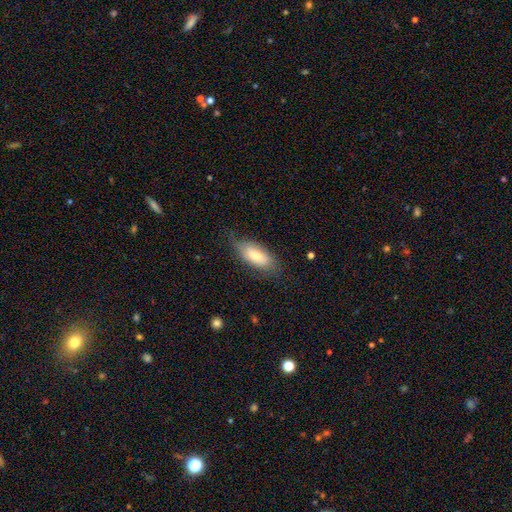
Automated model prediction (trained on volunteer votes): Smooth or featured?
  - smooth: 66% *
  - featured or disk: 27%
  - star or artifact: 7%
How rounded?
  - in between: 84% *
  - cigar-shaped: 13%
  - round: 2%
Merging?
  - none: 62% *
  - minor disturbance: 27%
  - major disturbance: 9%
  - merger: 1%